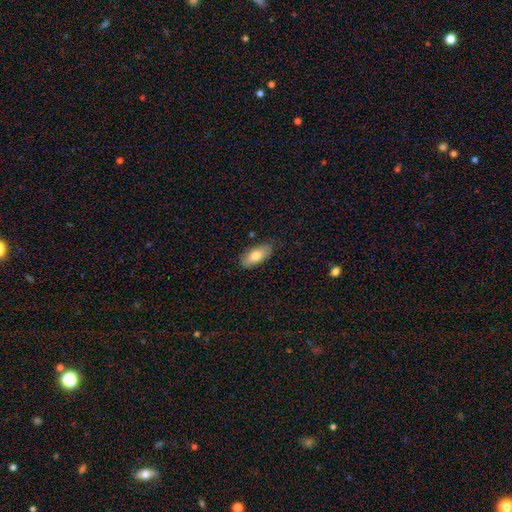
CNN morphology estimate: Smooth or featured? smooth (77%)
How rounded? in between (85%)
Merging? none (83%)